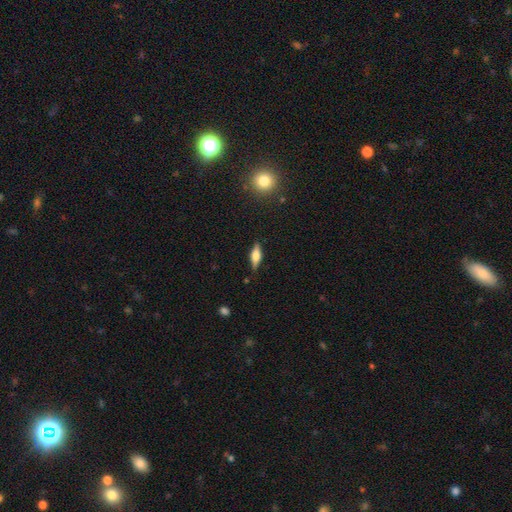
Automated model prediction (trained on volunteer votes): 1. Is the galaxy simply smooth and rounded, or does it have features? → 50% smooth, 43% featured or disk, 7% star or artifact.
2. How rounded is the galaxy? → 53% in between, 44% cigar-shaped, 3% round.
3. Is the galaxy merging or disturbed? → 85% none, 11% minor disturbance, 2% major disturbance, 1% merger.